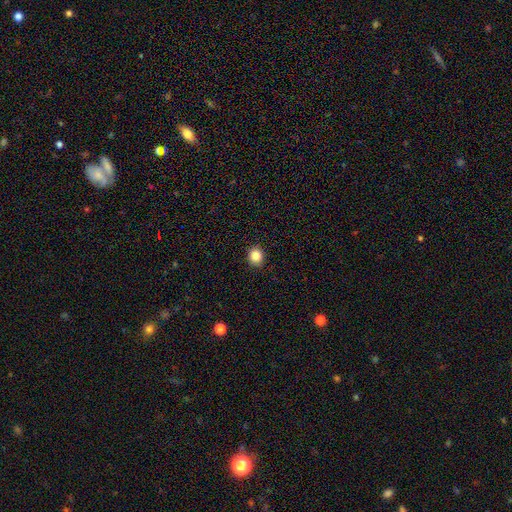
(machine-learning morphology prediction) The model was most divided on "how rounded": round: 80%, in between: 19%, cigar-shaped: 1%. More confident: merging — none (90%); smooth or featured — smooth (87%).